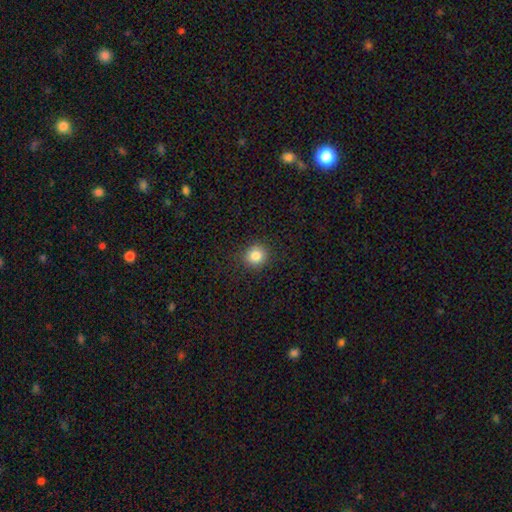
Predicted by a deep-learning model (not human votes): The model was most divided on "smooth or featured": smooth: 83%, star or artifact: 11%, featured or disk: 6%. More confident: merging — none (90%); how rounded — round (88%).